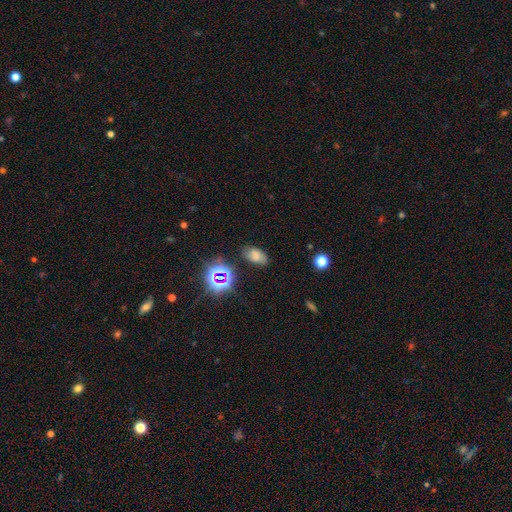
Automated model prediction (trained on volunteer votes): A smooth galaxy with no disk features (66%) that is in between round and cigar-shaped (89%).

Vote fractions:
- Smooth or featured? smooth: 66% / star or artifact: 22% / featured or disk: 12%
- How rounded? in between: 89% / round: 9% / cigar-shaped: 2%
- Merging? none: 74% / minor disturbance: 18% / major disturbance: 5% / merger: 3%